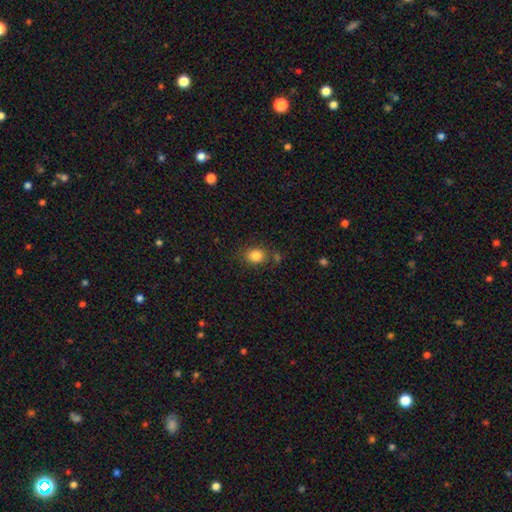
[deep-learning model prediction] A smooth galaxy with no disk features (84%) that is round (59%). Merging: none (76%).